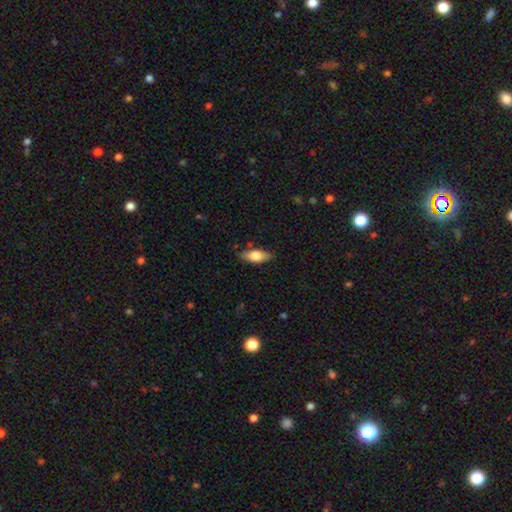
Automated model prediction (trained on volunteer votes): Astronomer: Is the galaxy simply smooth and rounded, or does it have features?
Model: smooth — 68%.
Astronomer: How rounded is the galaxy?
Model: in between — 77%.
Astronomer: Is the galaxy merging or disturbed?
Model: none — 81%.